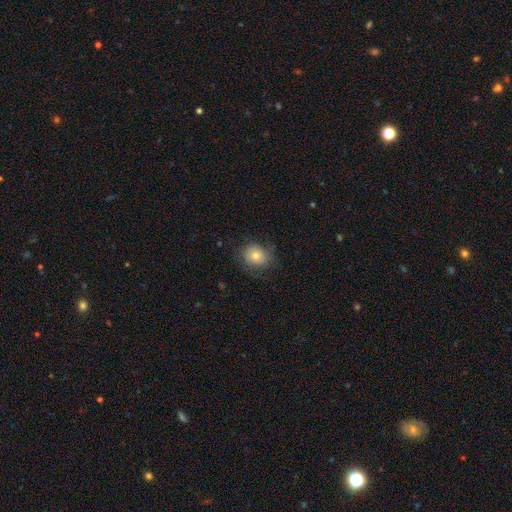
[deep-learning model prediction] smooth 63%, featured or disk 26%, star or artifact 11%. Down the decision tree: how rounded — round (75%); merging — none (69%).